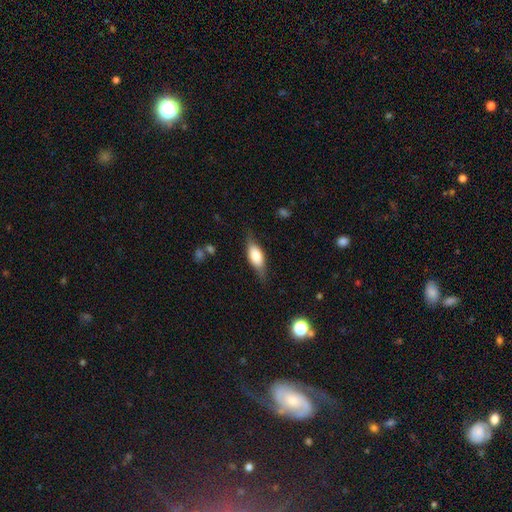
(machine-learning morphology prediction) A smooth galaxy with no disk features (55%) that is in between round and cigar-shaped (70%). Merging: none (72%).